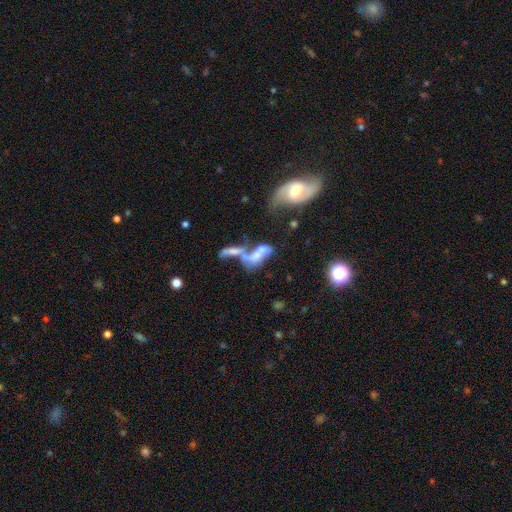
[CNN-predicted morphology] Q: Smooth or featured?
A: featured or disk (47%); runner-up: smooth (38%)
Q: Merging?
A: merger (60%); runner-up: none (16%)